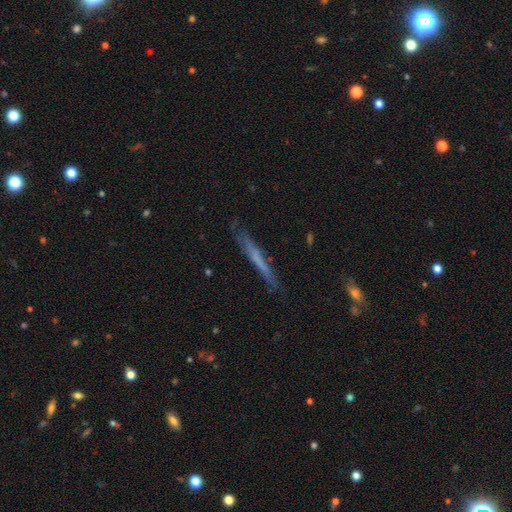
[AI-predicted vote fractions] Morphology: type=featured or disk (46%, tied with smooth); merging=none (82%).